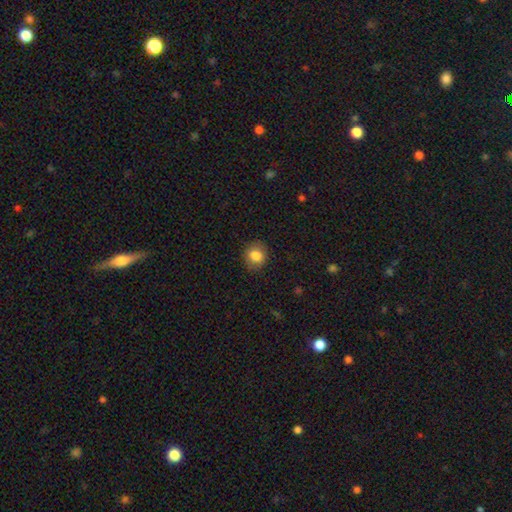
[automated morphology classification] Q: Smooth or featured?
A: smooth (83%); runner-up: star or artifact (9%)
Q: How rounded?
A: round (77%); runner-up: in between (22%)
Q: Merging?
A: none (87%); runner-up: minor disturbance (9%)